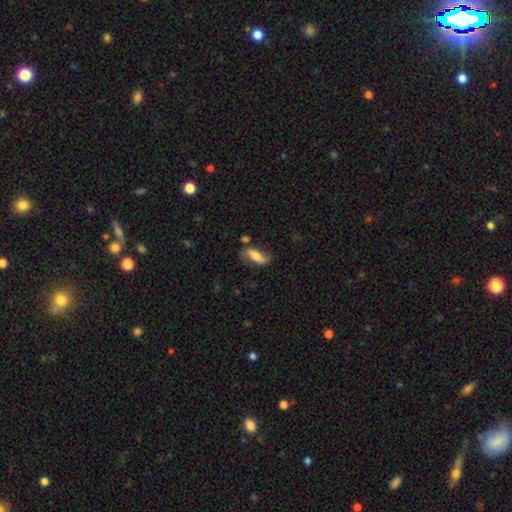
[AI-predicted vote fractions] Smooth or featured: featured or disk — 53% (smooth — 40%)
Edge-on disk: no — 83% (yes — 17%)
Merging: none — 65% (minor disturbance — 21%)